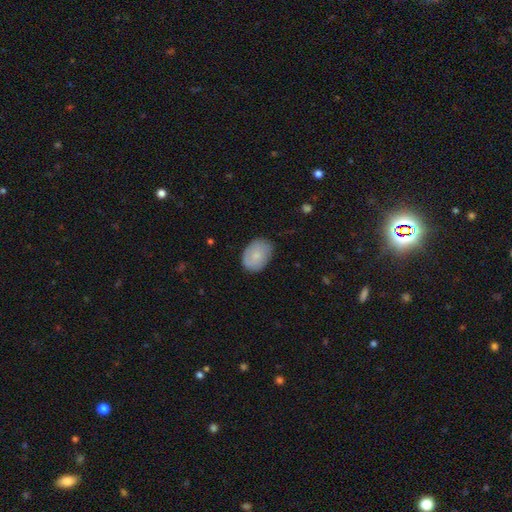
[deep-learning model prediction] Q: Smooth or featured?
A: smooth (77%); runner-up: featured or disk (16%)
Q: How rounded?
A: in between (76%); runner-up: round (23%)
Q: Merging?
A: none (73%); runner-up: minor disturbance (21%)